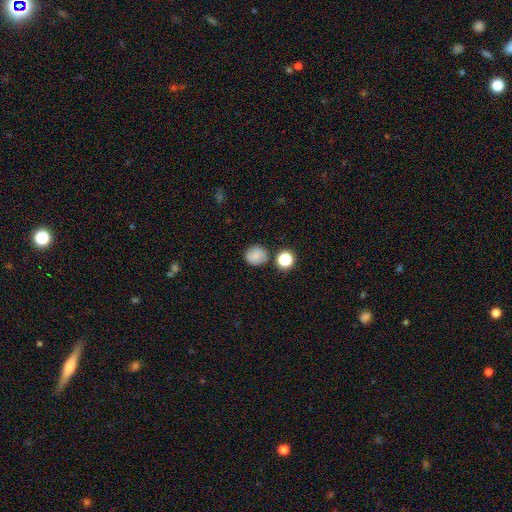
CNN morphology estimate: A smooth galaxy with no disk features (81%) that is round (82%).

Vote fractions:
- Smooth or featured? smooth: 81% / star or artifact: 11% / featured or disk: 8%
- How rounded? round: 82% / in between: 17% / cigar-shaped: 1%
- Merging? none: 79% / minor disturbance: 11% / merger: 6% / major disturbance: 3%